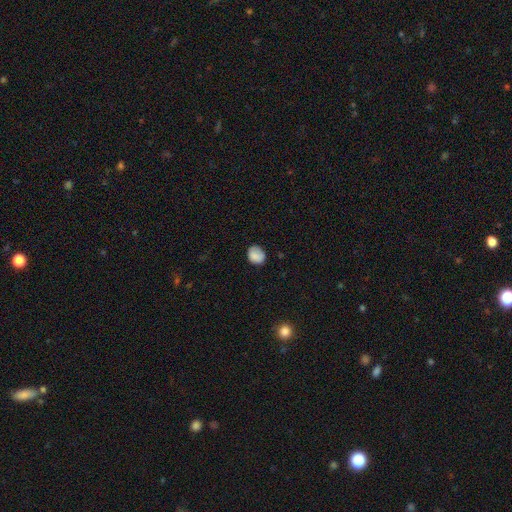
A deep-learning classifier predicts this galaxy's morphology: Overall: smooth (81%). How rounded: round (57%; in between 42%). Merging: none (72%).